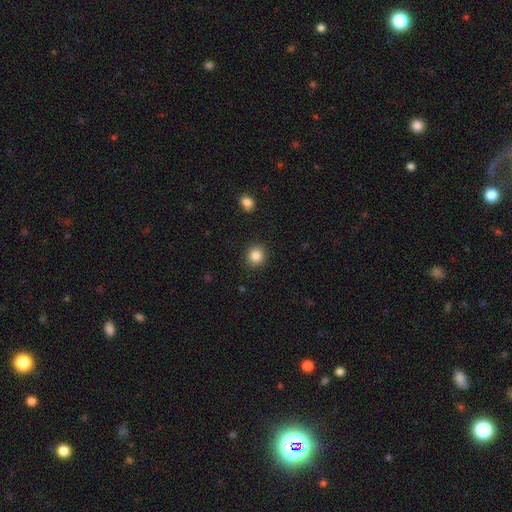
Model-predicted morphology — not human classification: Smooth or featured? smooth (85%)
How rounded? round (89%)
Merging? none (91%)